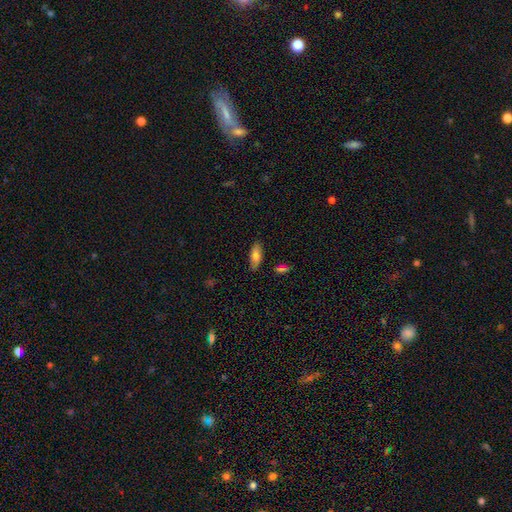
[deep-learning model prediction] Smooth or featured? smooth (78%)
How rounded? in between (78%)
Merging? none (84%)